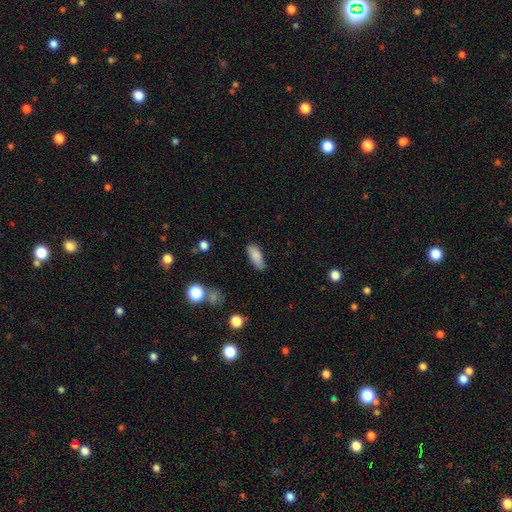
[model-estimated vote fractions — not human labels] Morphology: type=smooth (85%); roundness=in between (77%); merging=none (83%).